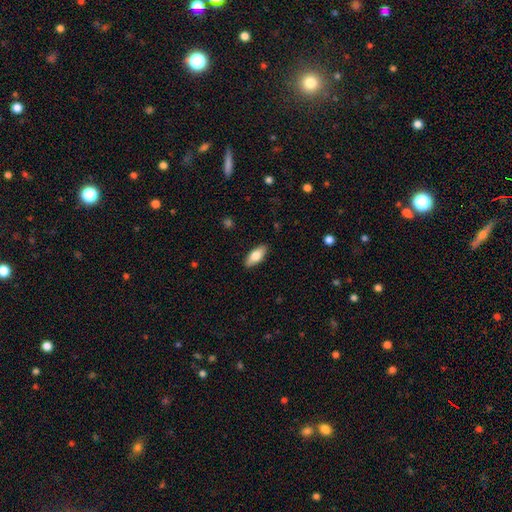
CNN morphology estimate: smooth 77%, featured or disk 17%, star or artifact 6%. Down the decision tree: how rounded — in between (83%); merging — none (89%).